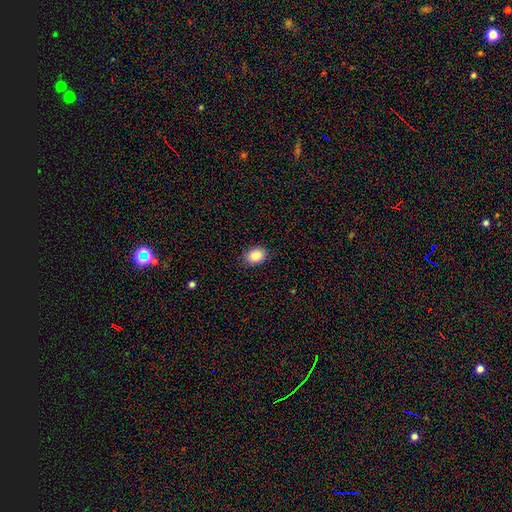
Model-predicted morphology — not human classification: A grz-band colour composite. It shows a smooth galaxy with no disk features (88%) that is in between round and cigar-shaped (72%). Merging: none (87%).